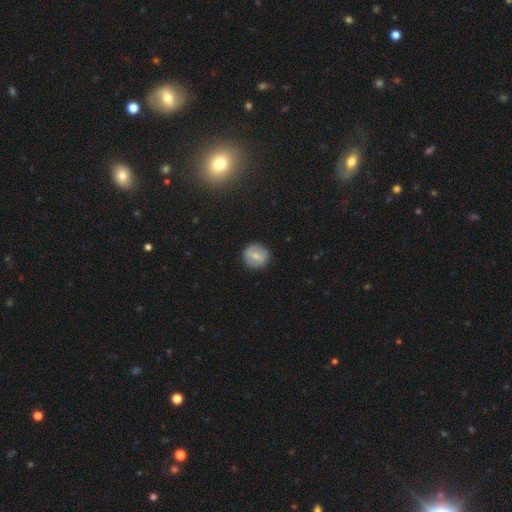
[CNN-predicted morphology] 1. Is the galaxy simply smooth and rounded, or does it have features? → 55% smooth, 37% featured or disk, 9% star or artifact.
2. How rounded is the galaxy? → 92% round, 7% in between, 1% cigar-shaped.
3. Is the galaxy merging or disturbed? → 88% none, 8% minor disturbance, 2% major disturbance, 1% merger.